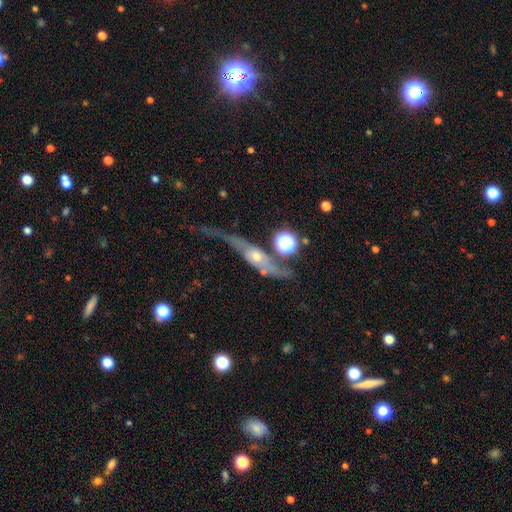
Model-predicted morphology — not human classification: This is likely a featured or disk galaxy (73%). It is possibly viewed edge-on (50%, tied with no). Merging: marginally none (37%).